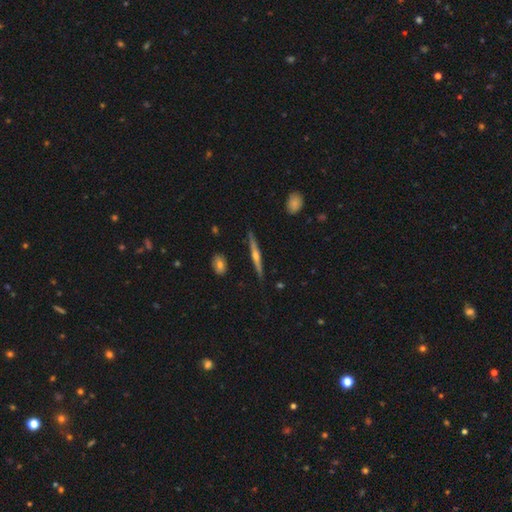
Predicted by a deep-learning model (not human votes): Overall: featured or disk (75%). Edge-on disk: yes (98%). Edge-on bulge: rounded (87%). Merging: none (89%).